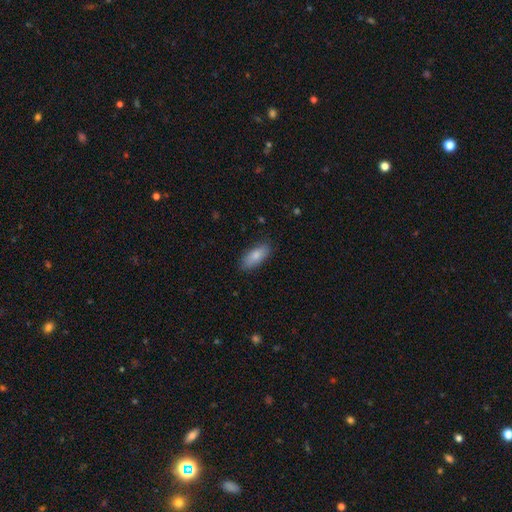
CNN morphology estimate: type=smooth (84%); roundness=in between (81%); merging=none (83%).